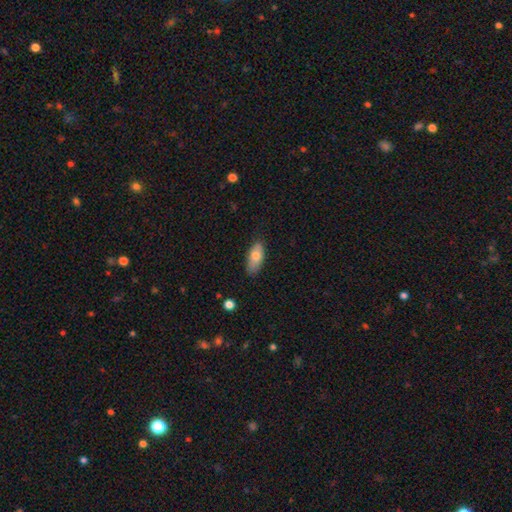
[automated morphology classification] This is likely a smooth galaxy (74%). How rounded: clearly in between (85%). Merging: likely none (78%).